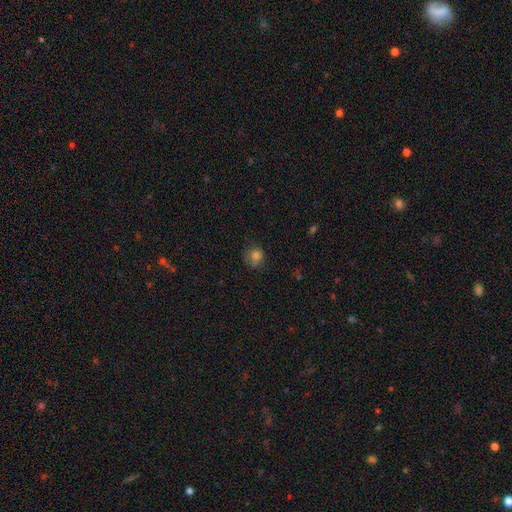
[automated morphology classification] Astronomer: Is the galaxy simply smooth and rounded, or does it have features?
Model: smooth — 80%.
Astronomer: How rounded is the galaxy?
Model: round — 78%.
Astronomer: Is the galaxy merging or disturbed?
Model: none — 59%.